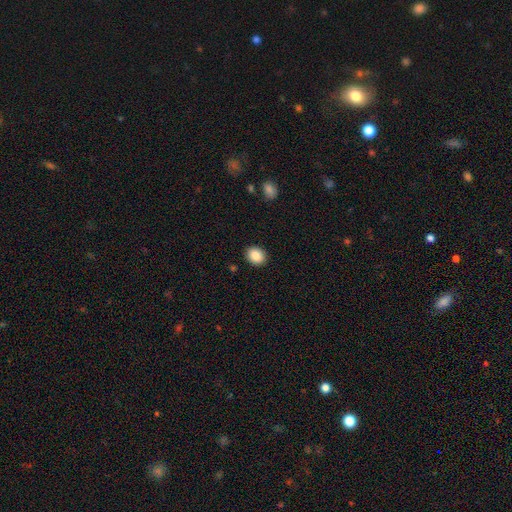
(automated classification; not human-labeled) A smooth galaxy with no disk features (87%) that is in between round and cigar-shaped (55%). Merging: none (90%).